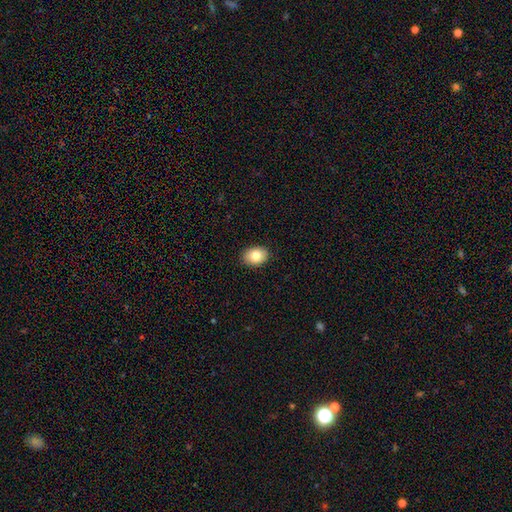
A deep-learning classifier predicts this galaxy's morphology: Overall: smooth (83%). How rounded: in between (68%; round 31%). Merging: none (89%).